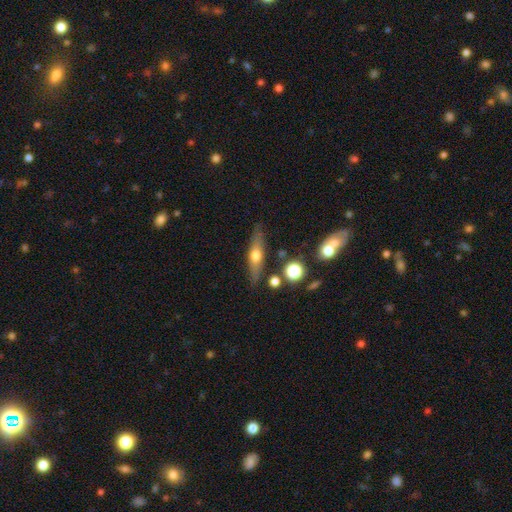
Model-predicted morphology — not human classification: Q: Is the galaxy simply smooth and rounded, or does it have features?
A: featured or disk — 48%.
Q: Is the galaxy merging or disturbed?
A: none — 81%.